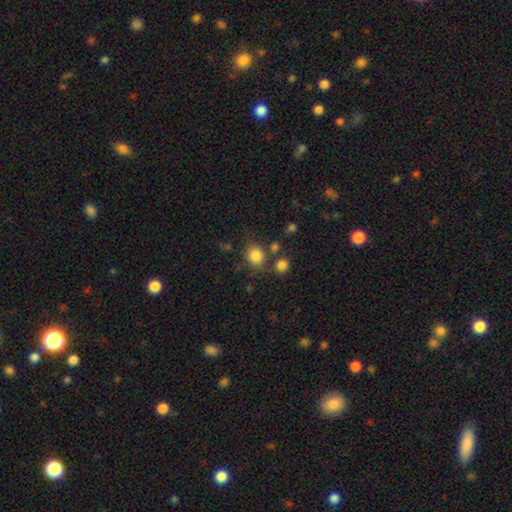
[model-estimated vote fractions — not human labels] Morphology: type=smooth (83%); roundness=round (72%); merging=none (71%).